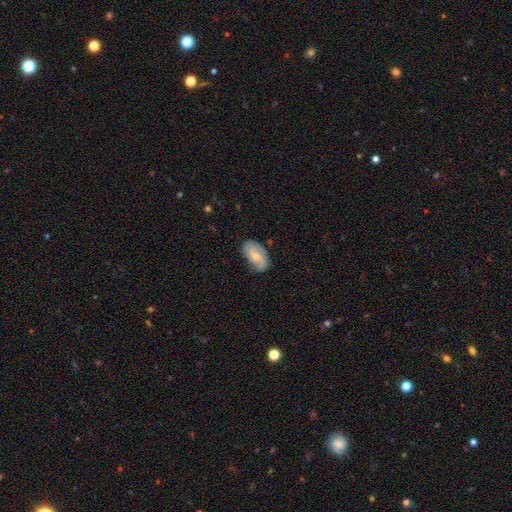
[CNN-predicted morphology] smooth_or_featured: featured or disk (p=0.54) [alt: smooth p=0.40]
disk_edge_on: no (p=0.95) [alt: yes p=0.05]
bar: no (p=0.55) [alt: weak p=0.38]
has_spiral_arms: yes (p=0.86) [alt: no p=0.14]
bulge_size: small (p=0.54) [alt: moderate p=0.39]
merging: none (p=0.72) [alt: minor disturbance p=0.22]